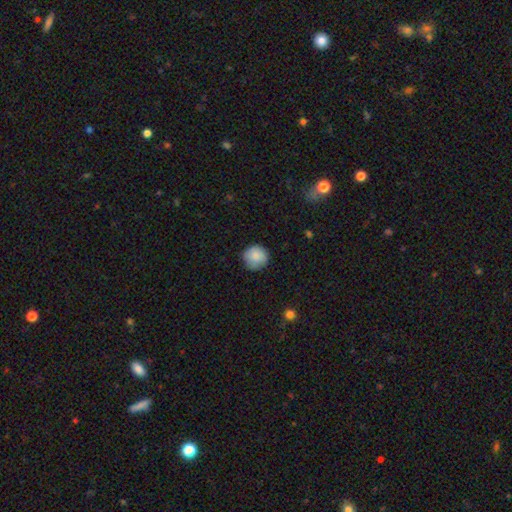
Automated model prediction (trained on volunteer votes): Q: Smooth or featured?
A: smooth (86%); runner-up: star or artifact (7%)
Q: How rounded?
A: round (93%); runner-up: in between (6%)
Q: Merging?
A: none (82%); runner-up: minor disturbance (14%)